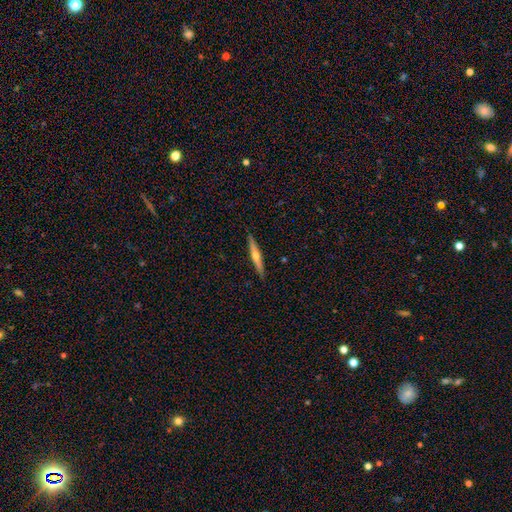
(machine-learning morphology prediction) A featured or disk galaxy (63%) viewed edge-on (97%) with a rounded central bulge (88%).

Vote fractions:
- Smooth or featured? featured or disk: 63% / smooth: 32% / star or artifact: 6%
- Edge-on disk? yes: 97% / no: 3%
- Edge-on bulge? rounded: 88% / none: 10% / boxy: 3%
- Merging? none: 91% / minor disturbance: 7% / major disturbance: 1% / merger: 1%